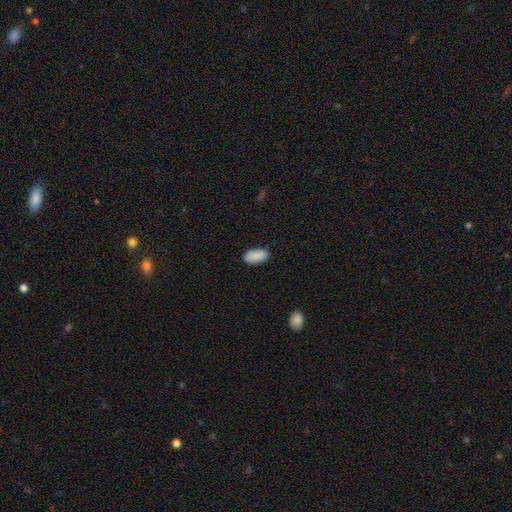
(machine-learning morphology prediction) This is clearly a smooth galaxy (90%). How rounded: clearly in between (94%). Merging: clearly none (89%).